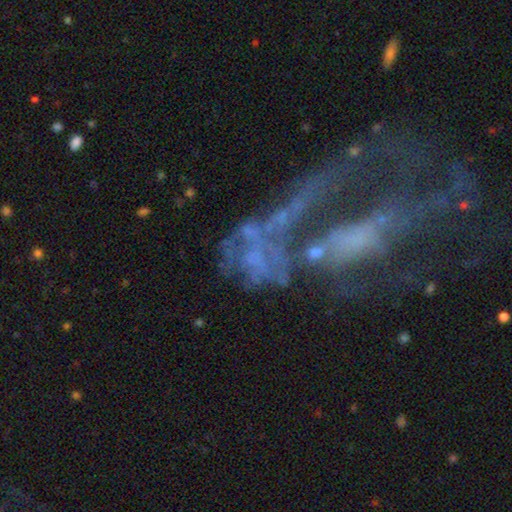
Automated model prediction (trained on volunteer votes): This appears to be a featured or disk galaxy (60%) with no bar (81%), no spiral arms (70%) and no central bulge (73%). Merging: major disturbance (39%).